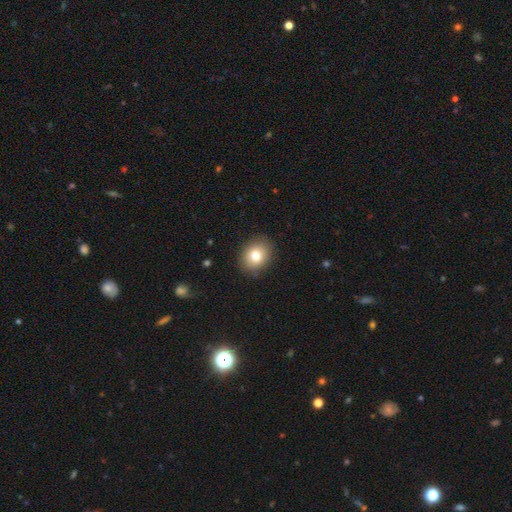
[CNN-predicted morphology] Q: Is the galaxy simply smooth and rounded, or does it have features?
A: smooth — 78%.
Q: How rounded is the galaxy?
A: round — 58%.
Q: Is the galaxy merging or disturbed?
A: none — 88%.